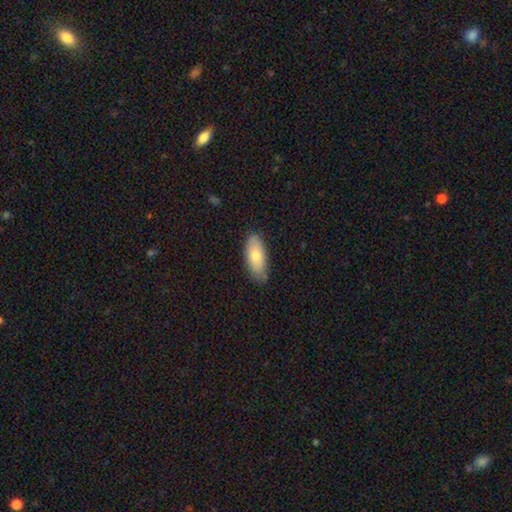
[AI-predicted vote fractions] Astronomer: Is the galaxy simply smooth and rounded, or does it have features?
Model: smooth — 74%.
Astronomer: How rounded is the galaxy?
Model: in between — 84%.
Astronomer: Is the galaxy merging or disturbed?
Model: none — 80%.